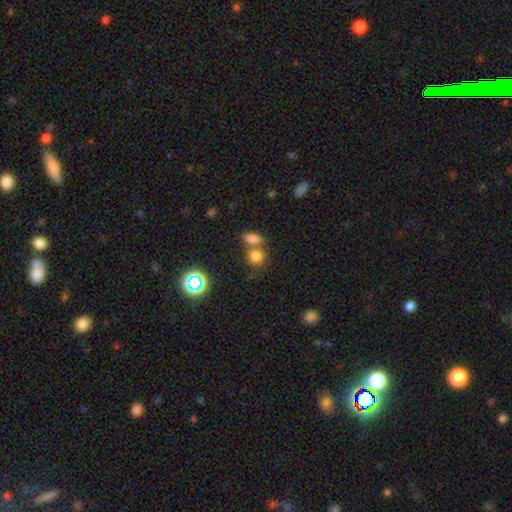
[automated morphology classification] Smooth or featured?
  - smooth: 77% *
  - star or artifact: 16%
  - featured or disk: 7%
How rounded?
  - round: 68% *
  - in between: 30%
  - cigar-shaped: 2%
Merging?
  - none: 48% *
  - merger: 39%
  - minor disturbance: 9%
  - major disturbance: 4%